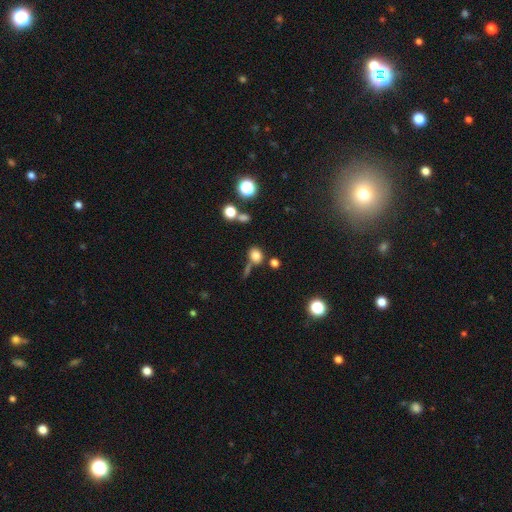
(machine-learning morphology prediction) A smooth galaxy with no disk features (78%) that is round (59%).

Vote fractions:
- Smooth or featured? smooth: 78% / star or artifact: 14% / featured or disk: 8%
- How rounded? round: 59% / in between: 39% / cigar-shaped: 2%
- Merging? none: 61% / merger: 19% / minor disturbance: 14% / major disturbance: 7%